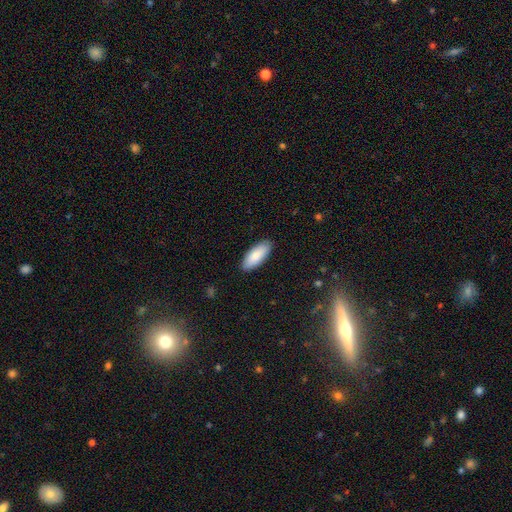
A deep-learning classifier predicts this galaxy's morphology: Smooth or featured? smooth (85%)
How rounded? in between (81%)
Merging? none (89%)